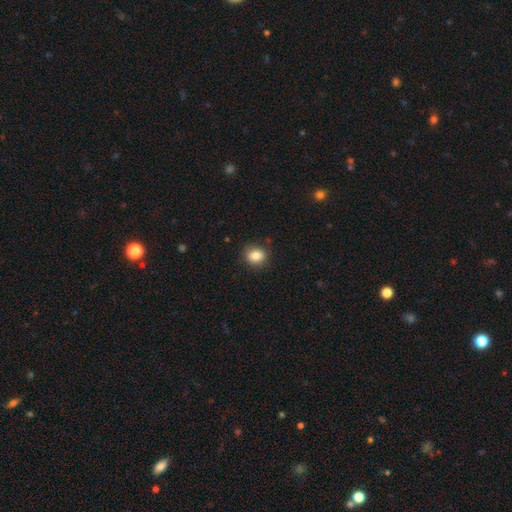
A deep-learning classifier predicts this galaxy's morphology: A smooth galaxy with no disk features (85%) that is round (66%).

Vote fractions:
- Smooth or featured? smooth: 85% / star or artifact: 10% / featured or disk: 6%
- How rounded? round: 66% / in between: 33% / cigar-shaped: 1%
- Merging? none: 87% / minor disturbance: 9% / major disturbance: 2% / merger: 1%